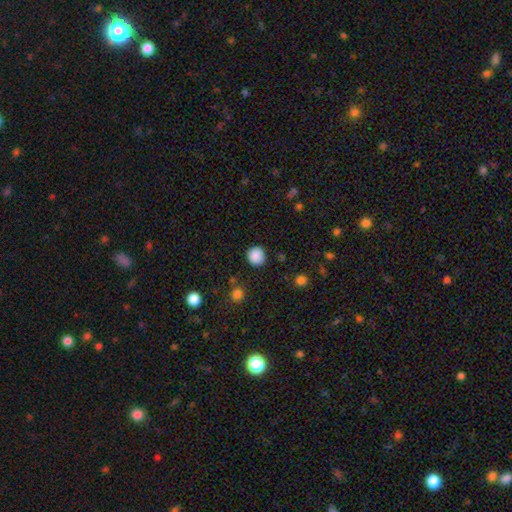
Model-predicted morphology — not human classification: smooth_or_featured: smooth (p=0.88) [alt: star or artifact p=0.10]
how_rounded: round (p=0.92) [alt: in between p=0.07]
merging: none (p=0.90) [alt: minor disturbance p=0.07]